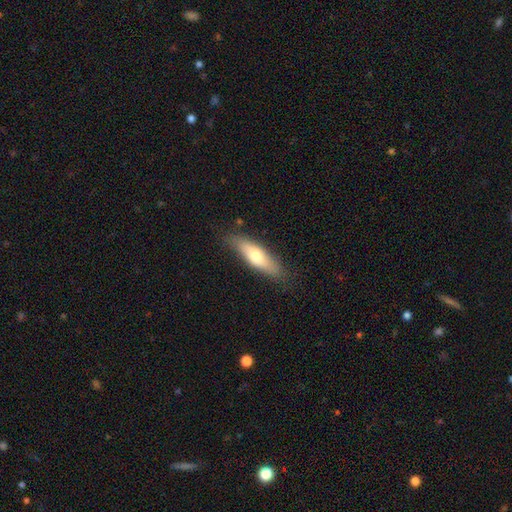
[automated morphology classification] The model was most divided on "how rounded": cigar-shaped: 58%, in between: 40%, round: 2%. More confident: merging — none (81%); smooth or featured — smooth (65%).